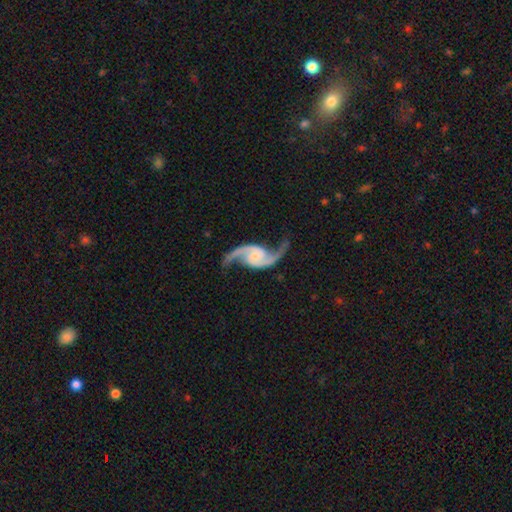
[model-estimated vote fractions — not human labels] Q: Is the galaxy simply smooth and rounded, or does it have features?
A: featured or disk — 93%.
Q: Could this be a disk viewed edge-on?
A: no — 98%.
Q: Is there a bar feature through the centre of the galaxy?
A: no — 61%.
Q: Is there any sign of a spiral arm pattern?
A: yes — 98%.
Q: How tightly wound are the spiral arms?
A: loose — 66%.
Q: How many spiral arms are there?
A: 2 — 95%.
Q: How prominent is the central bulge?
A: small — 58%.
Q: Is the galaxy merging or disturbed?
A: none — 76%.